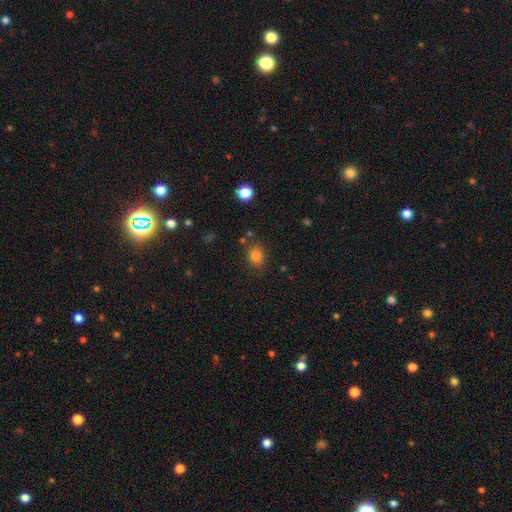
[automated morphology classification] Smooth or featured? smooth (81%)
How rounded? round (50%)
Merging? none (80%)